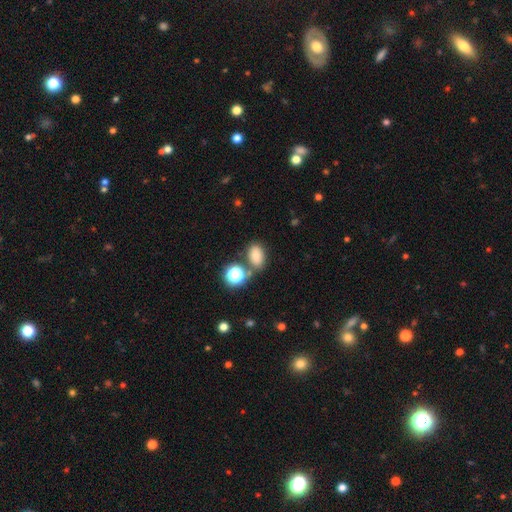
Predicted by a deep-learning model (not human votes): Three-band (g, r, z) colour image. It shows a smooth galaxy with no disk features (73%) that is in between round and cigar-shaped (75%). Merging: none (69%).